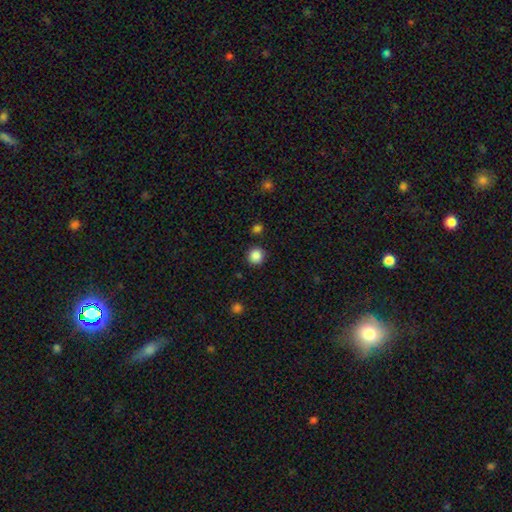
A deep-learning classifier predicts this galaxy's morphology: smooth 86%, star or artifact 11%, featured or disk 3%. Down the decision tree: how rounded — round (93%); merging — none (88%).